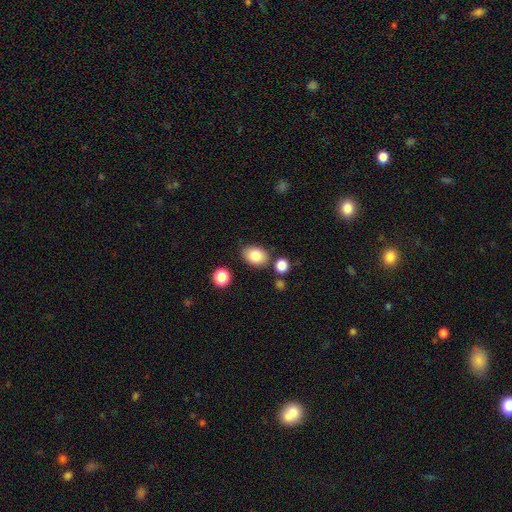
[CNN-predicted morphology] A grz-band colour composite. It shows a smooth galaxy with no disk features (84%) that is in between round and cigar-shaped (74%). Merging: none (76%).